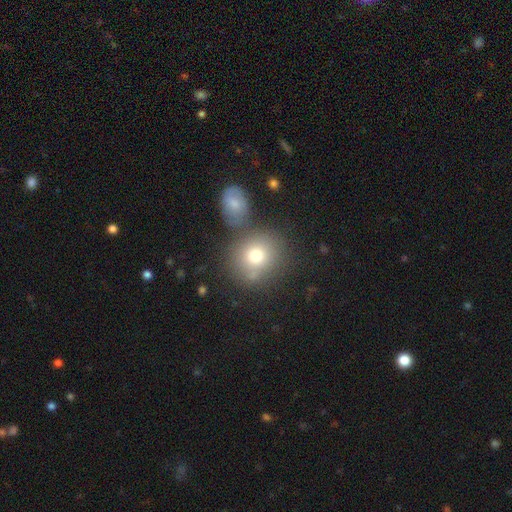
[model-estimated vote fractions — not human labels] Smooth or featured? Predicted: smooth (p=0.75). How rounded? Predicted: round (p=0.80). Merging? Predicted: none (p=0.63).